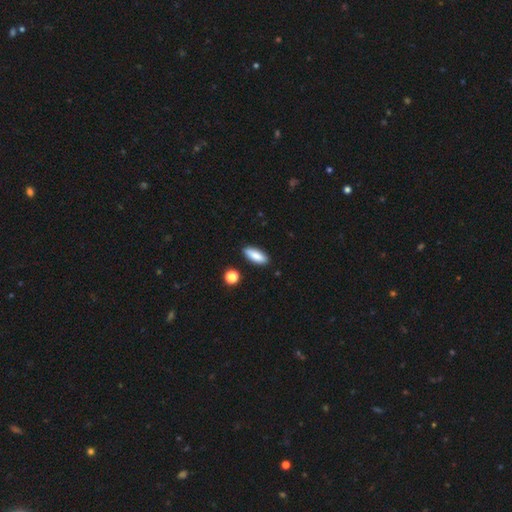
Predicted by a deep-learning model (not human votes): Smooth or featured? Predicted: smooth (p=0.85). How rounded? Predicted: in between (p=0.63). Merging? Predicted: none (p=0.88).